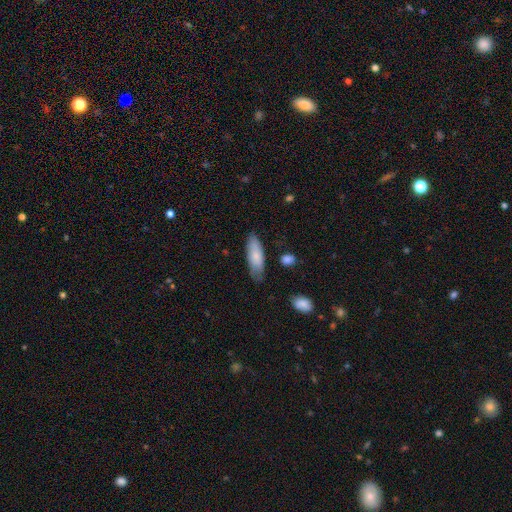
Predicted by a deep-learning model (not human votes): This appears to be a smooth galaxy with no disk features (77%) that is in between round and cigar-shaped (65%). Merging: none (72%).